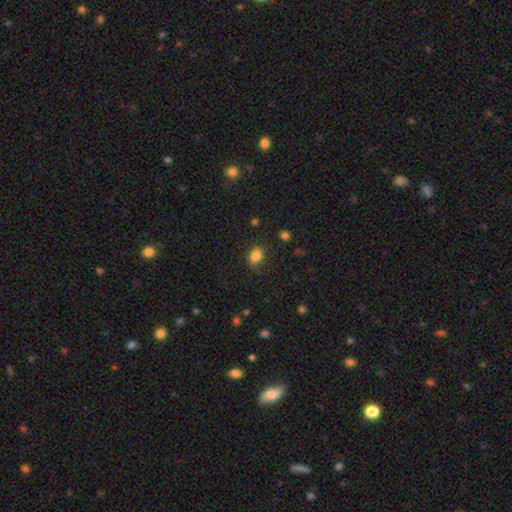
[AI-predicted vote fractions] smooth_or_featured: smooth (p=0.84) [alt: star or artifact p=0.11]
how_rounded: in between (p=0.67) [alt: round p=0.32]
merging: none (p=0.80) [alt: minor disturbance p=0.14]